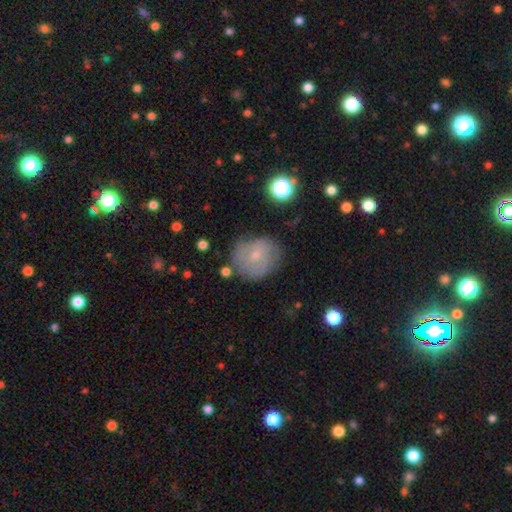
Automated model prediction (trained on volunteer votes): smooth 51%, featured or disk 39%, star or artifact 11%. Down the decision tree: how rounded — round (81%); merging — none (66%).